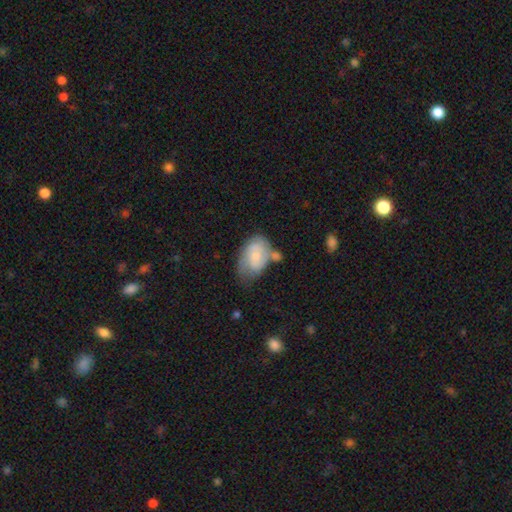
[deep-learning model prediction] Overall: featured or disk (49%; smooth 45%). Merging: none (38%; minor disturbance 29%).